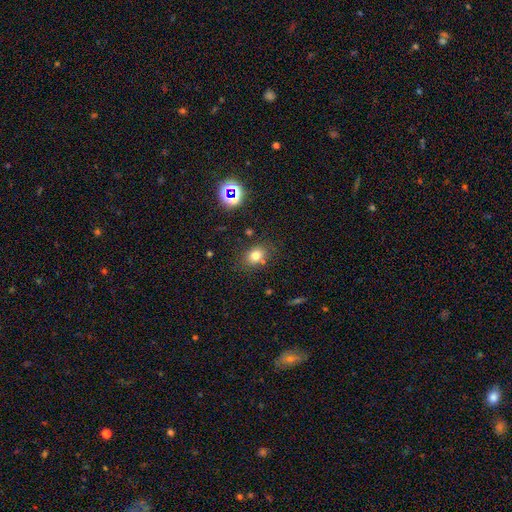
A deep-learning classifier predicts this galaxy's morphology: smooth_or_featured: smooth (p=0.74) [alt: star or artifact p=0.17]
how_rounded: in between (p=0.54) [alt: round p=0.45]
merging: none (p=0.76) [alt: minor disturbance p=0.13]